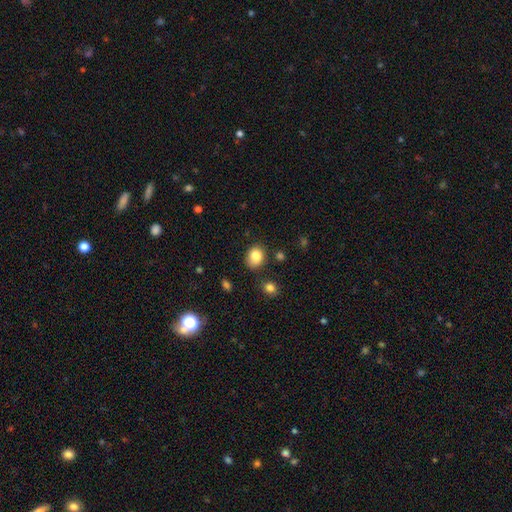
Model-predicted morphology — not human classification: Smooth or featured: smooth — 82% (star or artifact — 10%)
How rounded: round — 50% (in between — 49%)
Merging: none — 78% (minor disturbance — 16%)